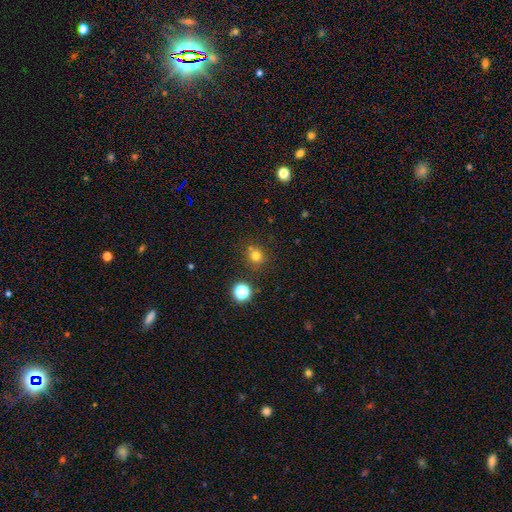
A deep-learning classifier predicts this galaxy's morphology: Q: Smooth or featured?
A: smooth (74%); runner-up: star or artifact (19%)
Q: How rounded?
A: round (87%); runner-up: in between (12%)
Q: Merging?
A: none (77%); runner-up: minor disturbance (10%)